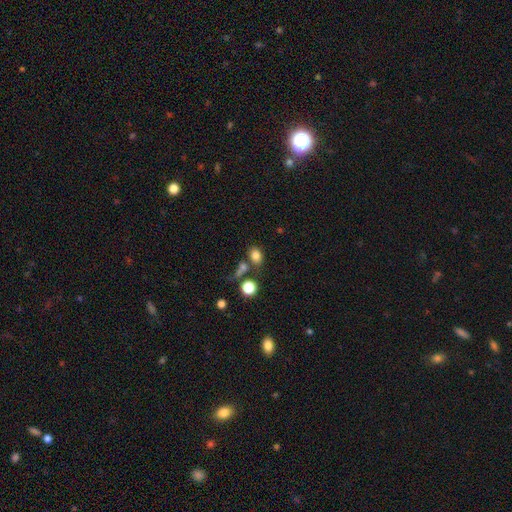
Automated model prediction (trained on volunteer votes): smooth_or_featured: smooth (p=0.79) [alt: star or artifact p=0.13]
how_rounded: in between (p=0.62) [alt: round p=0.37]
merging: none (p=0.61) [alt: merger p=0.20]